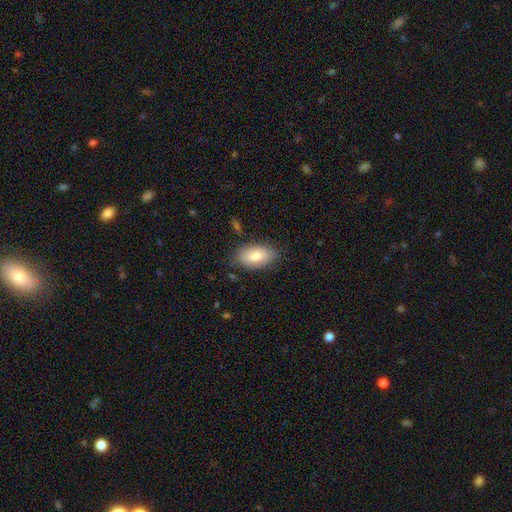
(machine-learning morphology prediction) Smooth or featured: smooth — 77% (featured or disk — 16%)
How rounded: in between — 93% (round — 5%)
Merging: none — 79% (minor disturbance — 16%)